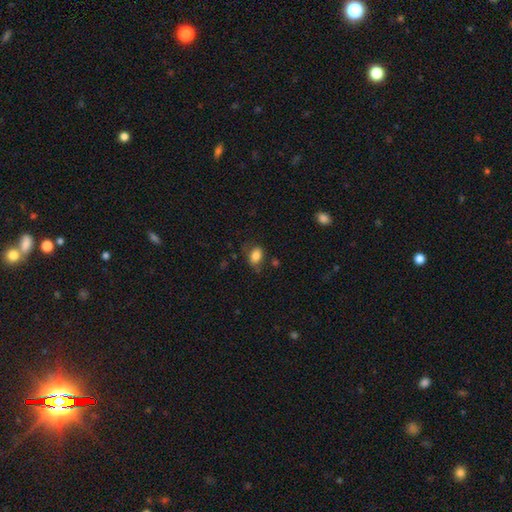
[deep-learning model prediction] smooth_or_featured: smooth (p=0.83) [alt: star or artifact p=0.09]
how_rounded: in between (p=0.80) [alt: round p=0.19]
merging: none (p=0.62) [alt: minor disturbance p=0.27]